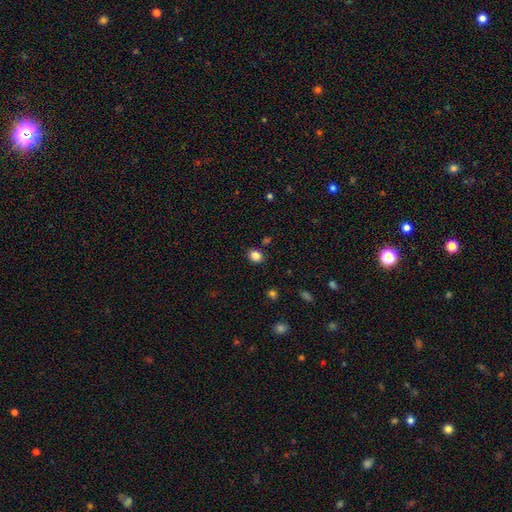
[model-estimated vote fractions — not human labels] Smooth or featured? Predicted: smooth (p=0.84). How rounded? Predicted: round (p=0.63). Merging? Predicted: none (p=0.86).